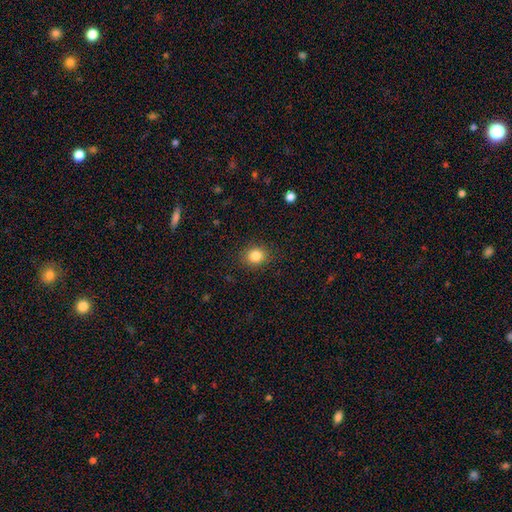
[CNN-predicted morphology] This is clearly a smooth galaxy (84%). How rounded: likely round (74%). Merging: clearly none (88%).